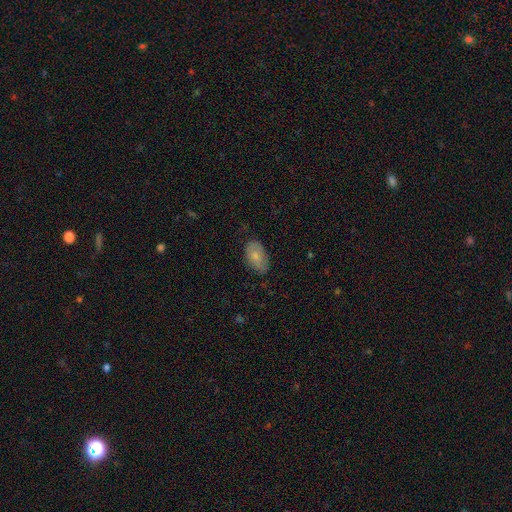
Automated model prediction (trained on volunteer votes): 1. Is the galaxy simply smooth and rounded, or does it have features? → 75% smooth, 19% featured or disk, 6% star or artifact.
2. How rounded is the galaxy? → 93% in between, 5% round, 2% cigar-shaped.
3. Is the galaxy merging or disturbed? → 74% none, 21% minor disturbance, 4% major disturbance, 1% merger.